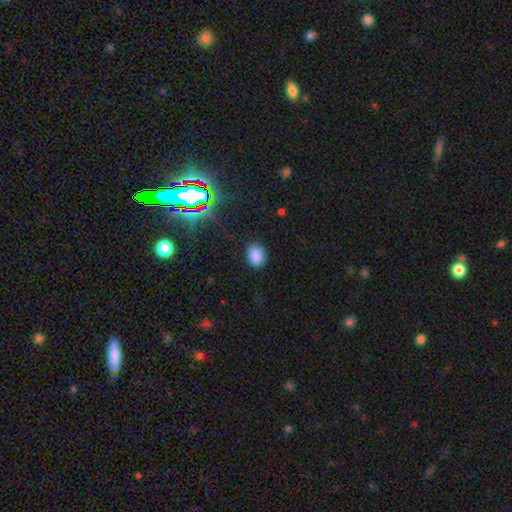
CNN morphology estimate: Smooth or featured? smooth (84%)
How rounded? in between (69%)
Merging? none (85%)